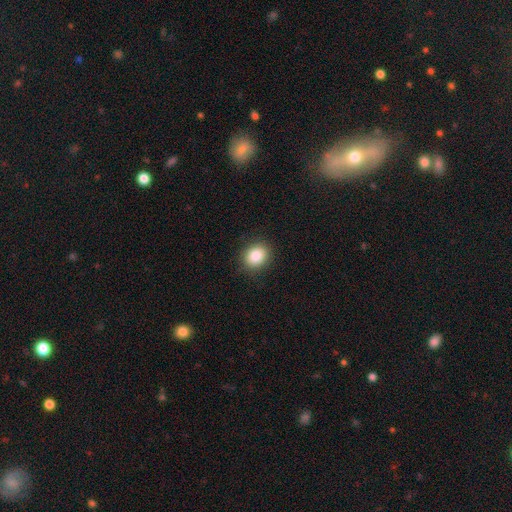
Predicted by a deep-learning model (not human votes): Smooth or featured? Predicted: smooth (p=0.86). How rounded? Predicted: round (p=0.65). Merging? Predicted: none (p=0.89).